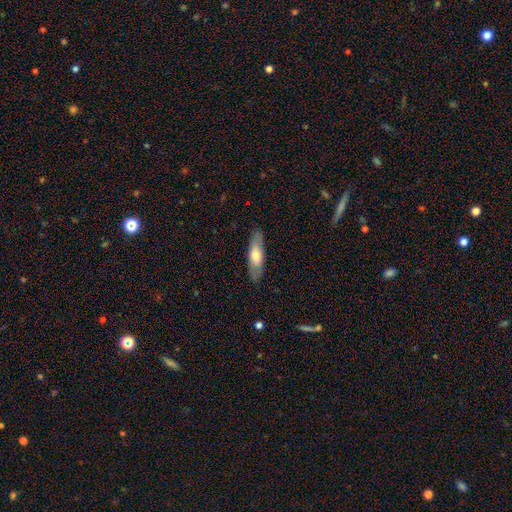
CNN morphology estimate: Smooth or featured: smooth — 59% (featured or disk — 35%)
How rounded: in between — 53% (cigar-shaped — 45%)
Merging: none — 84% (minor disturbance — 12%)